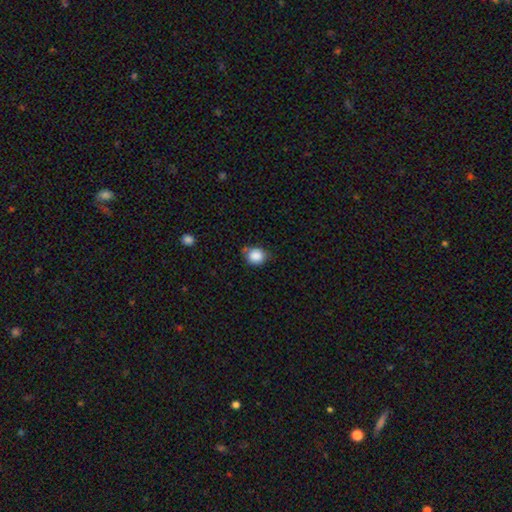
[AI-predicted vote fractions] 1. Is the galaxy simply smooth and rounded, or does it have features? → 87% smooth, 9% star or artifact, 4% featured or disk.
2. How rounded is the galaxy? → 76% round, 23% in between, 1% cigar-shaped.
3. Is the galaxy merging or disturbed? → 66% none, 25% minor disturbance, 5% major disturbance, 4% merger.